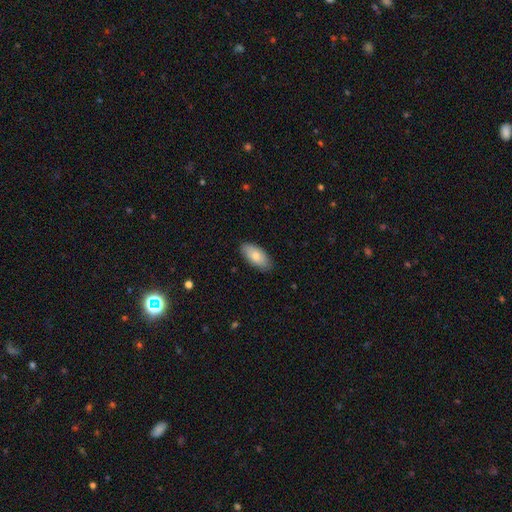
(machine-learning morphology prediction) A smooth galaxy with no disk features (80%) that is in between round and cigar-shaped (93%). Merging: none (85%).